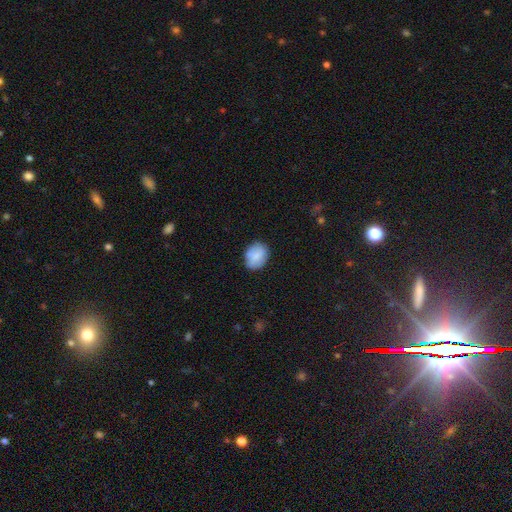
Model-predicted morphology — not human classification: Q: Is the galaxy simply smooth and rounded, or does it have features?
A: smooth — 79%.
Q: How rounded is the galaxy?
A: in between — 56%.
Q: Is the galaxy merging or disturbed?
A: none — 78%.